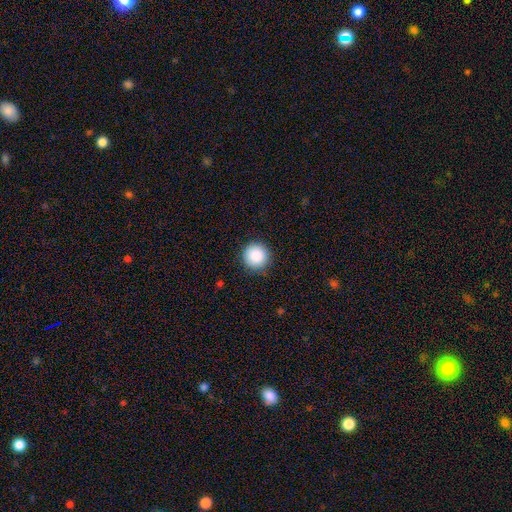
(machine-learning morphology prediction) Smooth or featured? smooth (88%)
How rounded? round (96%)
Merging? none (91%)